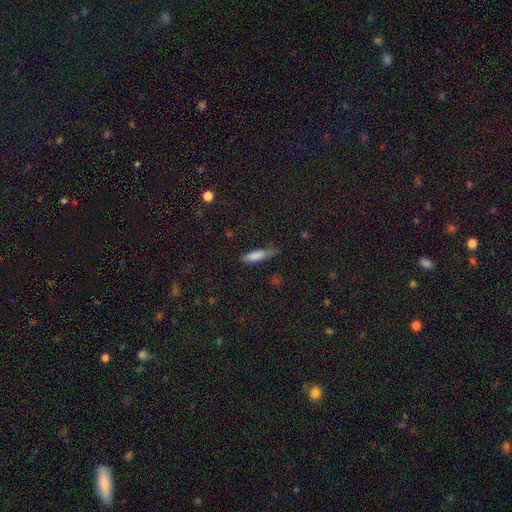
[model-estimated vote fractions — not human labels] A smooth galaxy with no disk features (78%) that is cigar-shaped (70%).

Vote fractions:
- Smooth or featured? smooth: 78% / featured or disk: 14% / star or artifact: 8%
- How rounded? cigar-shaped: 70% / in between: 28% / round: 2%
- Merging? none: 68% / minor disturbance: 25% / major disturbance: 5% / merger: 2%